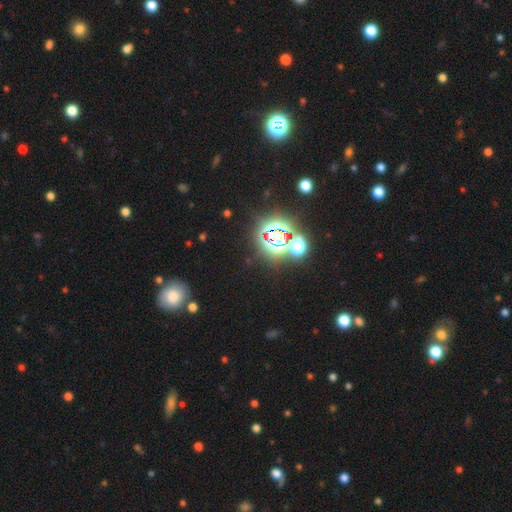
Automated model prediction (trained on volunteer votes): This appears to be a star or artifact, not a galaxy (81%).